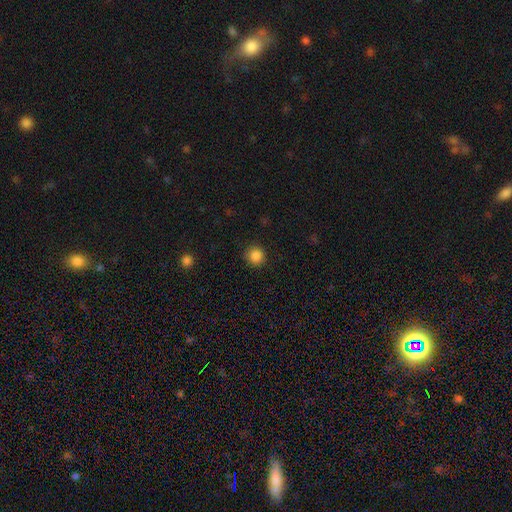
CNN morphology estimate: This is clearly a smooth galaxy (86%). How rounded: clearly round (94%). Merging: clearly none (91%).